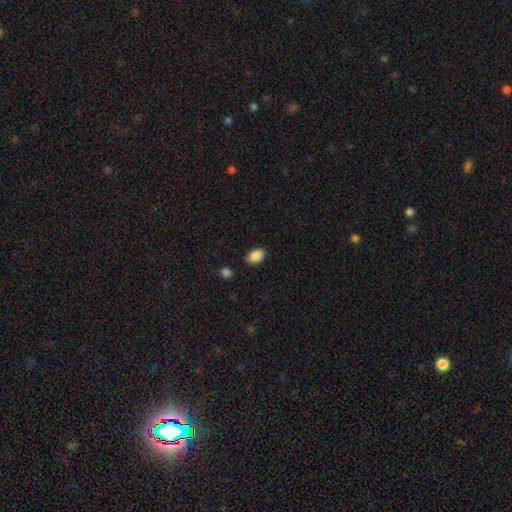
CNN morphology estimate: This appears to be a smooth galaxy with no disk features (88%) that is in between round and cigar-shaped (88%). Merging: none (86%).